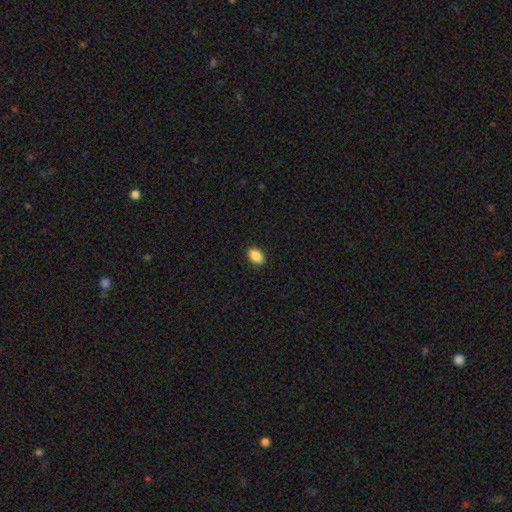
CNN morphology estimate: smooth-or-featured: smooth: 90% | star or artifact: 8% | featured or disk: 3%
  how-rounded: in between: 87% | round: 12% | cigar-shaped: 1%
  merging: none: 90% | minor disturbance: 7% | major disturbance: 2% | merger: 1%